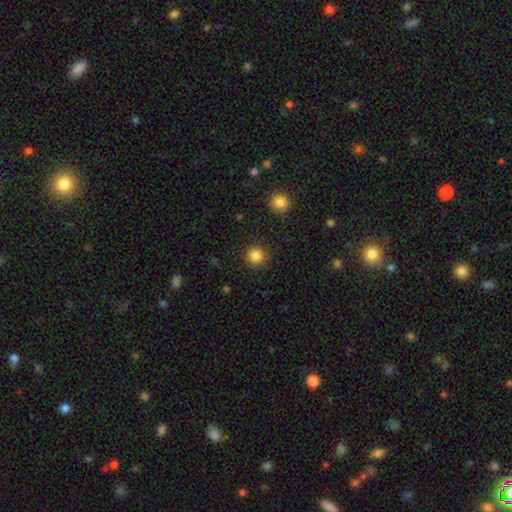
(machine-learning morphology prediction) Smooth or featured: smooth — 85% (star or artifact — 11%)
How rounded: round — 95% (in between — 4%)
Merging: none — 91% (minor disturbance — 6%)